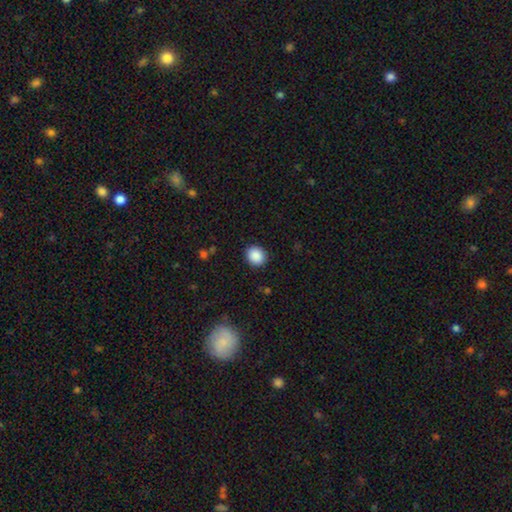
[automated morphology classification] smooth 89%, star or artifact 8%, featured or disk 3%. Down the decision tree: how rounded — round (74%); merging — none (90%).